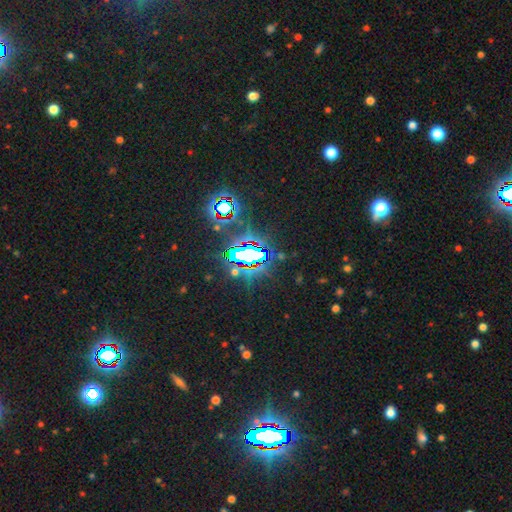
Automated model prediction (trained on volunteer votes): Overall: star or artifact (79%).